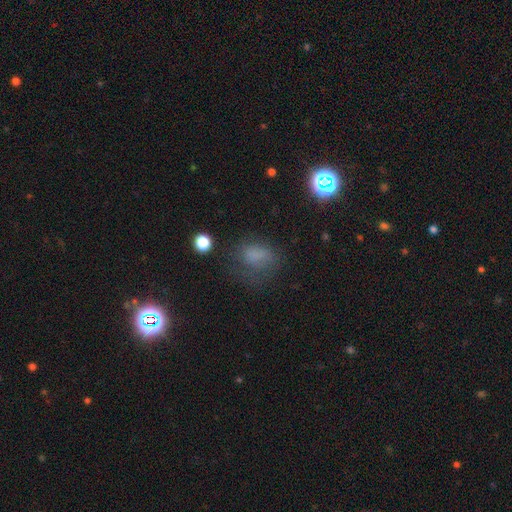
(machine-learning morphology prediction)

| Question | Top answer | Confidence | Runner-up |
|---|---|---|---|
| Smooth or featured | smooth | 65% | star or artifact (22%) |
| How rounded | in between | 61% | round (37%) |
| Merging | none | 50% | minor disturbance (24%) |